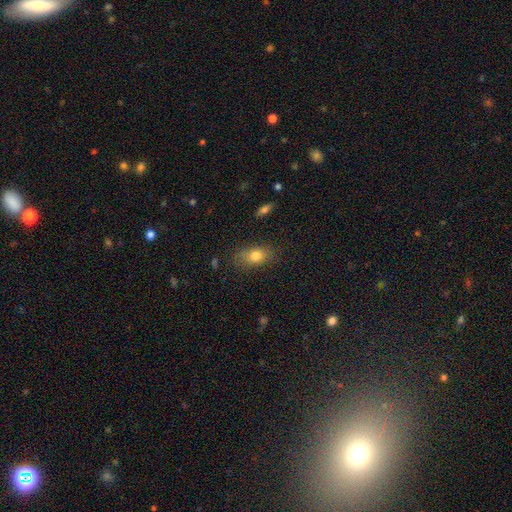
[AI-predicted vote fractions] Overall: smooth (78%). How rounded: in between (80%). Merging: none (76%).